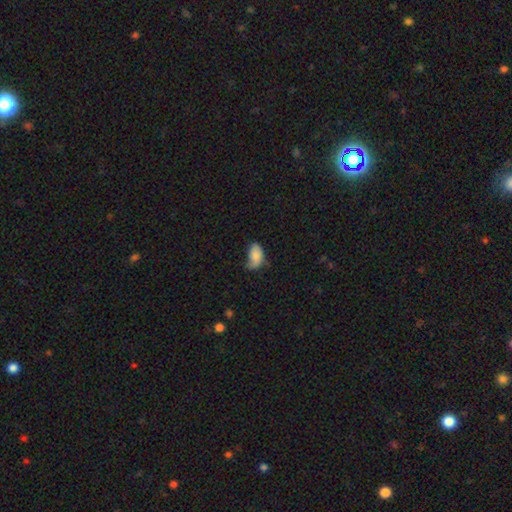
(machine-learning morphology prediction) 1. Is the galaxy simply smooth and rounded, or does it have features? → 79% smooth, 13% featured or disk, 8% star or artifact.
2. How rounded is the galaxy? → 93% in between, 5% round, 2% cigar-shaped.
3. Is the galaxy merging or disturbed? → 40% minor disturbance, 35% none, 21% major disturbance, 3% merger.